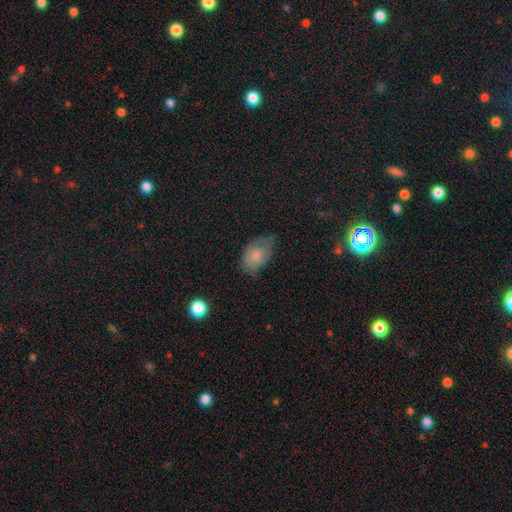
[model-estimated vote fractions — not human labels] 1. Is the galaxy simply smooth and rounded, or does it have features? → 70% smooth, 21% featured or disk, 9% star or artifact.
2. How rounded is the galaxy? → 89% in between, 10% round, 2% cigar-shaped.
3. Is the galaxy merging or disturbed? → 49% none, 36% minor disturbance, 13% major disturbance, 2% merger.